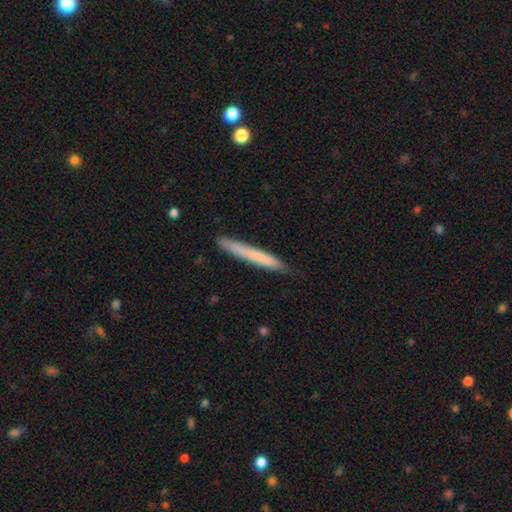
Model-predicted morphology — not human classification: A smooth galaxy with no disk features (69%) that is cigar-shaped (97%). Merging: none (84%).